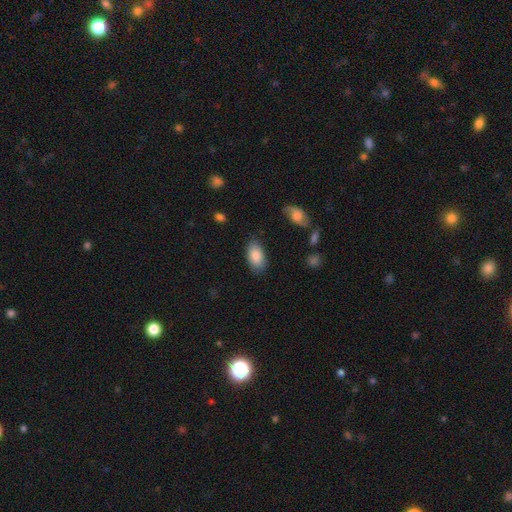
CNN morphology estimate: A smooth galaxy with no disk features (86%) that is in between round and cigar-shaped (94%). Merging: none (83%).